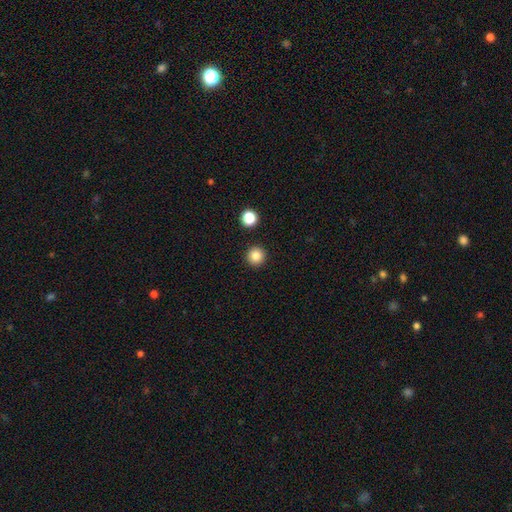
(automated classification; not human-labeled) smooth_or_featured: smooth (p=0.85) [alt: star or artifact p=0.11]
how_rounded: round (p=0.95) [alt: in between p=0.04]
merging: none (p=0.92) [alt: minor disturbance p=0.04]